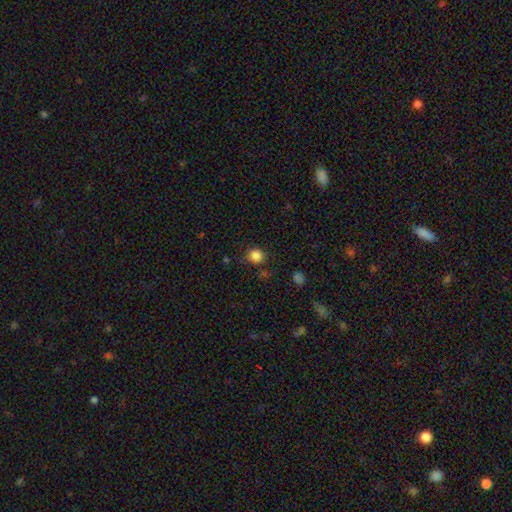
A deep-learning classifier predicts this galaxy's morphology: This appears to be a smooth galaxy with no disk features (84%) that is round (88%). Merging: none (83%).